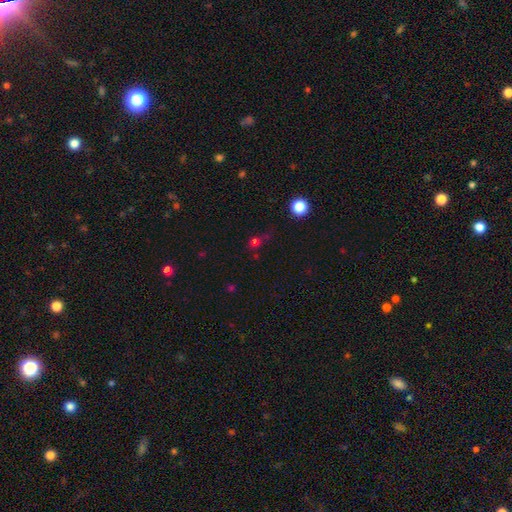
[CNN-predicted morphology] A smooth galaxy with no disk features (49%).

Vote fractions:
- Smooth or featured? smooth: 49% / star or artifact: 43% / featured or disk: 9%
- Merging? none: 64% / minor disturbance: 14% / merger: 12% / major disturbance: 10%